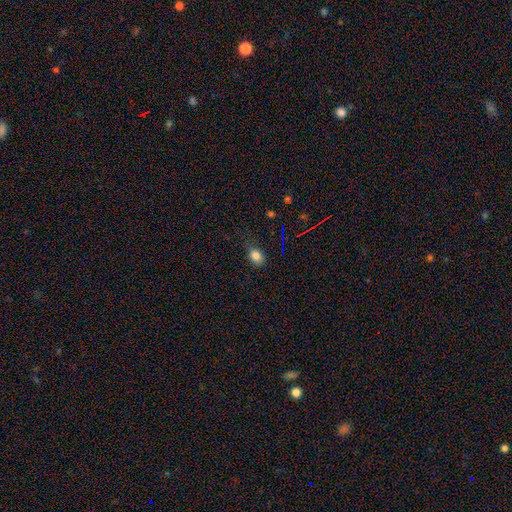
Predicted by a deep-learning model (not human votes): smooth 79%, star or artifact 14%, featured or disk 7%. Down the decision tree: how rounded — in between (68%); merging — none (68%).